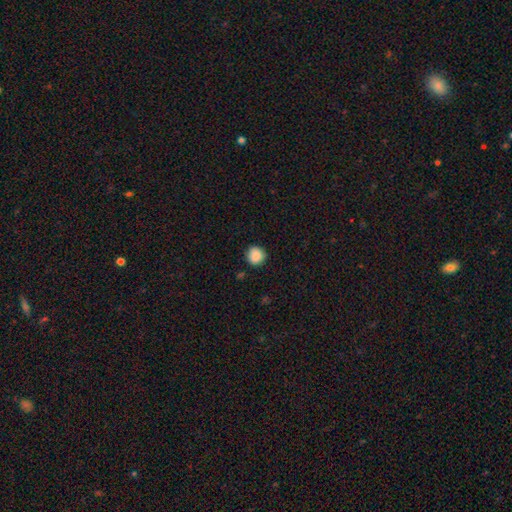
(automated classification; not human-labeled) Smooth or featured?
  - smooth: 88% *
  - star or artifact: 9%
  - featured or disk: 3%
How rounded?
  - round: 91% *
  - in between: 8%
  - cigar-shaped: 1%
Merging?
  - none: 85% *
  - minor disturbance: 11%
  - major disturbance: 3%
  - merger: 1%